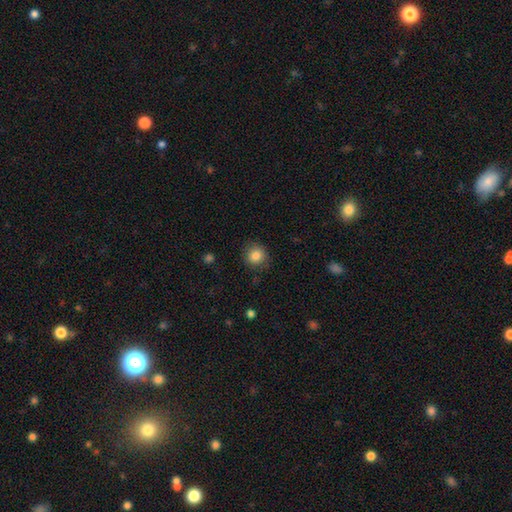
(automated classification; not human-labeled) Smooth or featured? Predicted: smooth (p=0.84). How rounded? Predicted: round (p=0.88). Merging? Predicted: none (p=0.84).